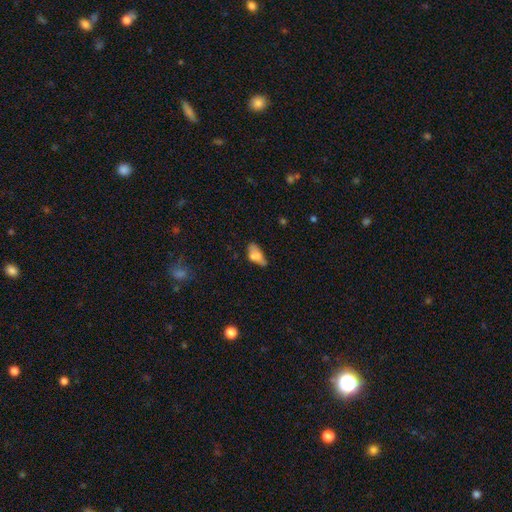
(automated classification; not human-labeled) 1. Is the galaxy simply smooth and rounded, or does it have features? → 68% smooth, 22% featured or disk, 10% star or artifact.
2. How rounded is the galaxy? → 84% in between, 12% cigar-shaped, 4% round.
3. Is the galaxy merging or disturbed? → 35% none, 33% minor disturbance, 20% major disturbance, 12% merger.